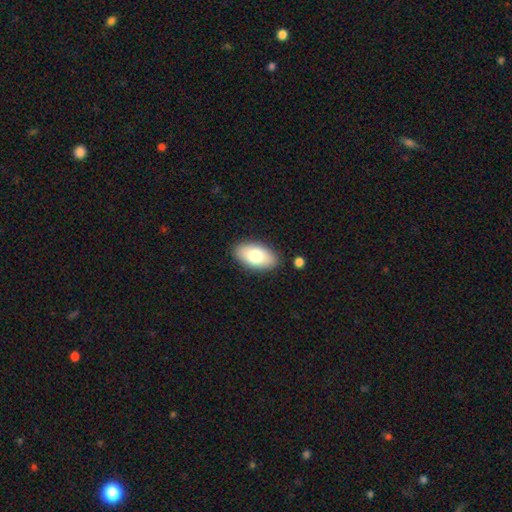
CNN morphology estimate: type=smooth (76%); roundness=in between (94%); merging=none (86%).